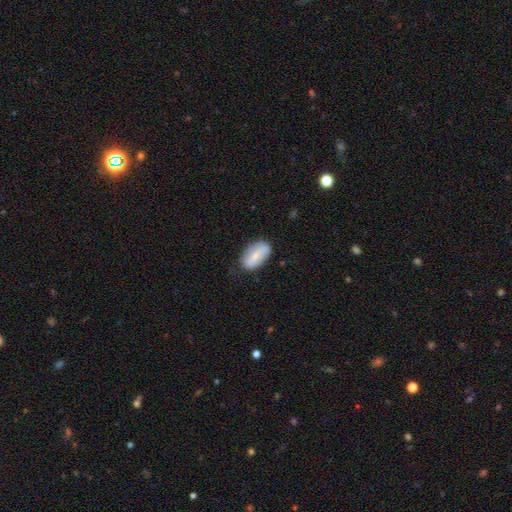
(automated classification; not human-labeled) Morphology: type=smooth (59%); roundness=in between (91%); merging=none (73%).